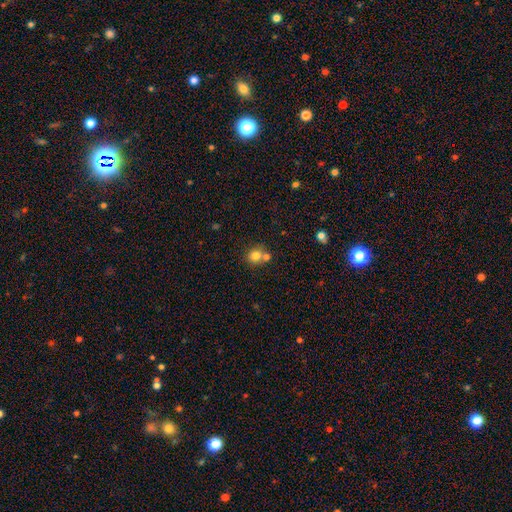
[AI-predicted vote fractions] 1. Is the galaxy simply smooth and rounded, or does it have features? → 79% smooth, 12% star or artifact, 9% featured or disk.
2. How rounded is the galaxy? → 87% round, 12% in between, 1% cigar-shaped.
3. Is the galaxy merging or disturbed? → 58% none, 31% merger, 8% minor disturbance, 3% major disturbance.